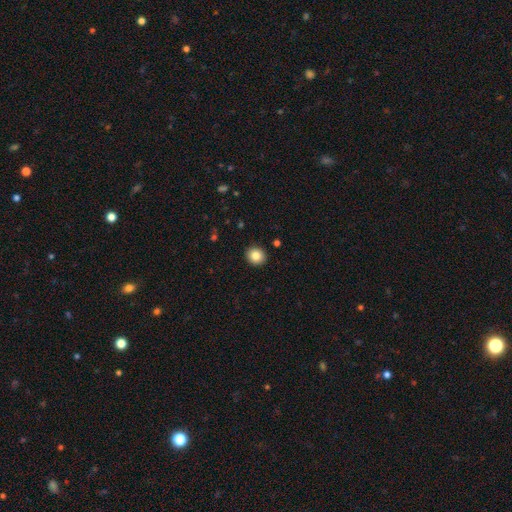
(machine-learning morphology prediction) A smooth galaxy with no disk features (85%) that is round (85%). Merging: none (92%).